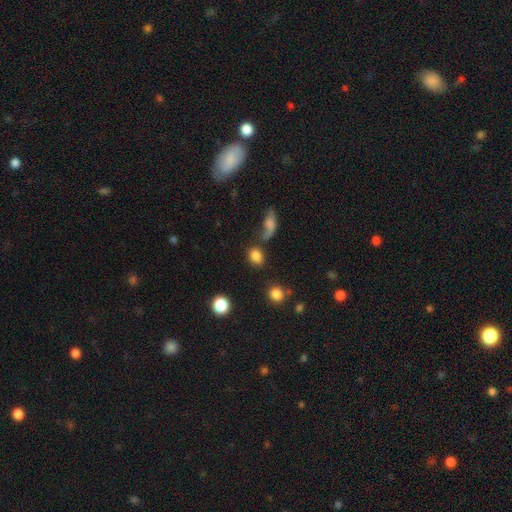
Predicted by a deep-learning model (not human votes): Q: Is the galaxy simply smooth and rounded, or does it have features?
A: smooth — 82%.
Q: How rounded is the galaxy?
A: round — 54%.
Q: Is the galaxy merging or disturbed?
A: none — 62%.